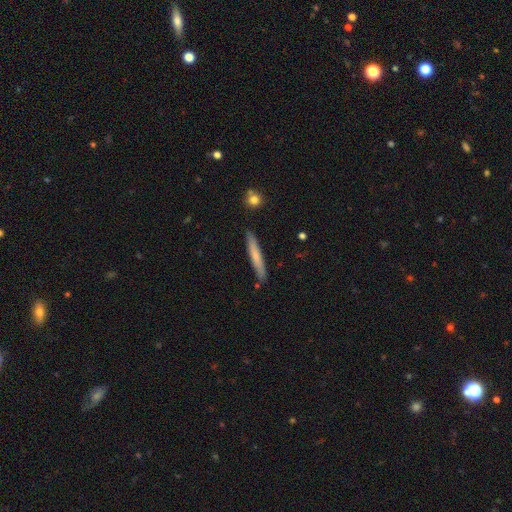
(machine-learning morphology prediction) Smooth or featured?
  - smooth: 66% *
  - featured or disk: 29%
  - star or artifact: 6%
How rounded?
  - cigar-shaped: 95% *
  - in between: 4%
  - round: 1%
Merging?
  - none: 87% *
  - minor disturbance: 10%
  - merger: 2%
  - major disturbance: 2%